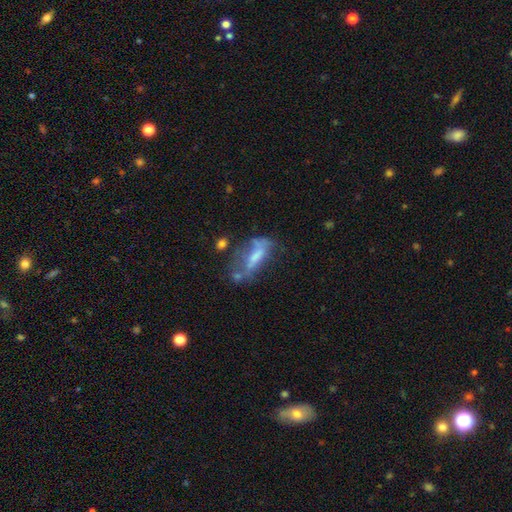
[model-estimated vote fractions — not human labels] This appears to be a featured or disk galaxy (45%). Merging: none (32%).